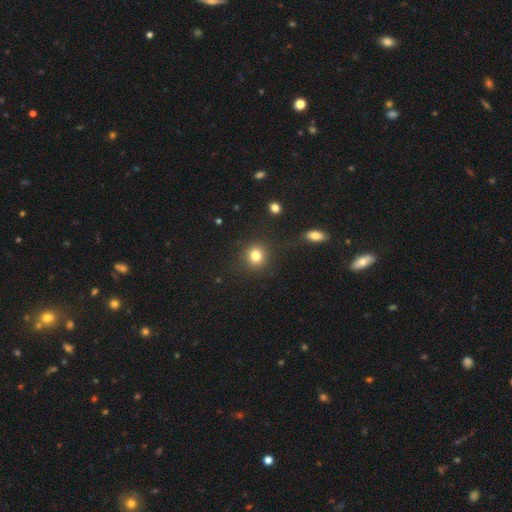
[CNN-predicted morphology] smooth-or-featured: smooth: 82% | star or artifact: 12% | featured or disk: 6%
  how-rounded: round: 85% | in between: 14% | cigar-shaped: 1%
  merging: none: 88% | minor disturbance: 7% | major disturbance: 3% | merger: 2%